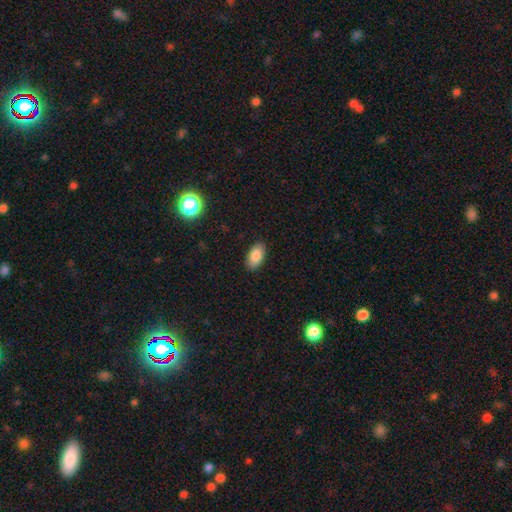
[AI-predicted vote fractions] Smooth or featured? smooth (85%)
How rounded? in between (94%)
Merging? none (89%)